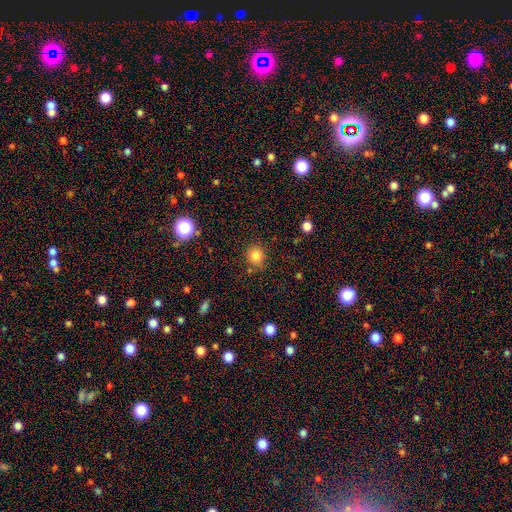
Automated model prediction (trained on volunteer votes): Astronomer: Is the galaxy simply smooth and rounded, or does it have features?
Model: smooth — 82%.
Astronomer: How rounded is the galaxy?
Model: round — 84%.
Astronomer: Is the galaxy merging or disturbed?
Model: none — 82%.